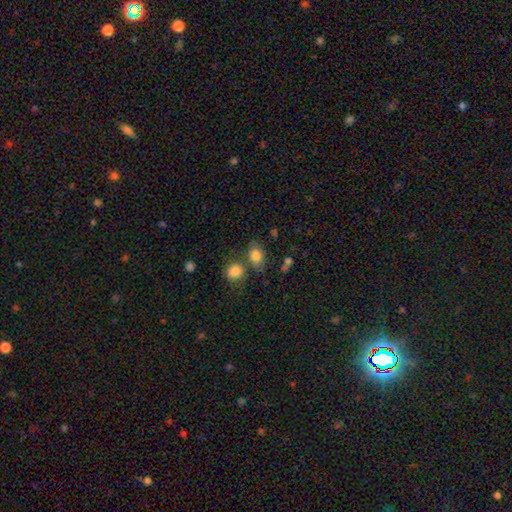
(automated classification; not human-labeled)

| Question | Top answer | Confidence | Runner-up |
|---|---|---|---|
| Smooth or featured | smooth | 82% | star or artifact (9%) |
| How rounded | in between | 68% | round (30%) |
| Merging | none | 60% | merger (20%) |